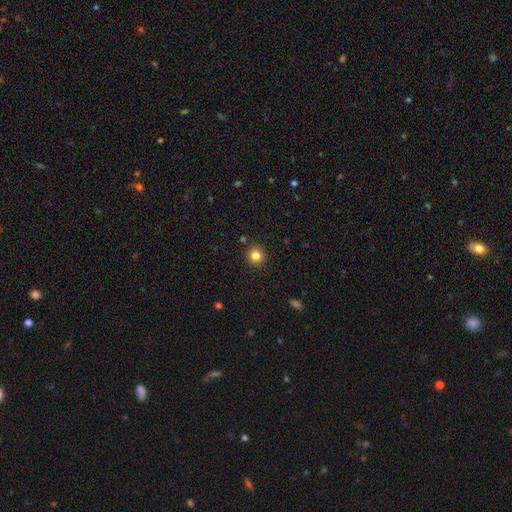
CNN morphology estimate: This is clearly a smooth galaxy (82%). How rounded: clearly round (93%). Merging: clearly none (90%).